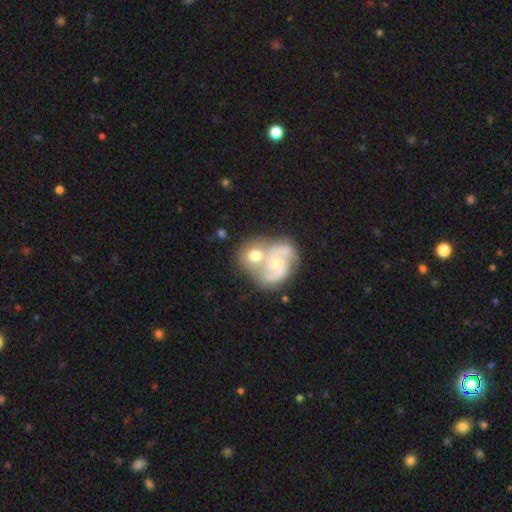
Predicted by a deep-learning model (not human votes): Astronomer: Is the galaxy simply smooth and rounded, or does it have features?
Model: featured or disk — 62%.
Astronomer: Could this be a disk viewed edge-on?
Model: no — 97%.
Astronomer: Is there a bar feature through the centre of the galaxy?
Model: no — 67%.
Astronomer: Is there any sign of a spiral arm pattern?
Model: yes — 79%.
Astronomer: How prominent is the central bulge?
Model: moderate — 51% (runner-up: small, 36%).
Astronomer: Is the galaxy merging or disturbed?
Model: merger — 61%.